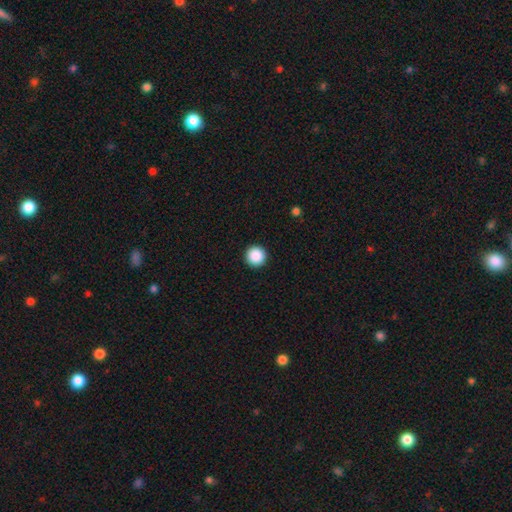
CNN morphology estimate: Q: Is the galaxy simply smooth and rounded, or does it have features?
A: smooth — 89%.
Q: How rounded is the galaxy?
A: round — 97%.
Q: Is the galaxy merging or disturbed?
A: none — 93%.